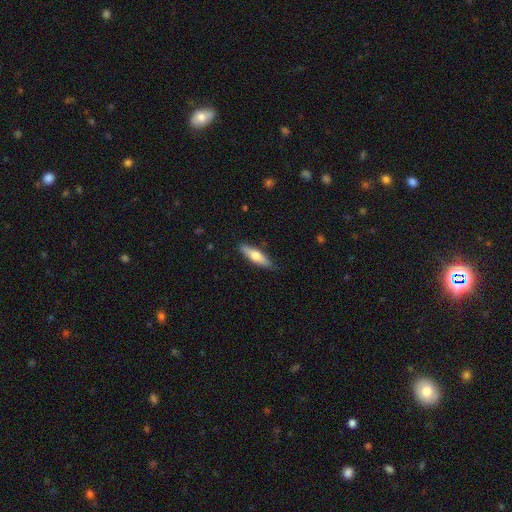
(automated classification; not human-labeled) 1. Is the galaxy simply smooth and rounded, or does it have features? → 62% smooth, 33% featured or disk, 5% star or artifact.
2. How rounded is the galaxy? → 62% cigar-shaped, 36% in between, 2% round.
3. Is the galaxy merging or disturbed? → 86% none, 11% minor disturbance, 2% major disturbance, 1% merger.